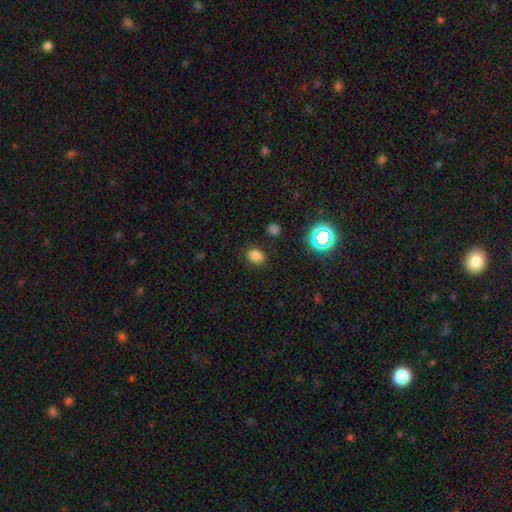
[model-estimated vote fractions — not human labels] A smooth galaxy with no disk features (78%) that is in between round and cigar-shaped (58%).

Vote fractions:
- Smooth or featured? smooth: 78% / star or artifact: 16% / featured or disk: 6%
- How rounded? in between: 58% / round: 41% / cigar-shaped: 1%
- Merging? none: 86% / minor disturbance: 10% / major disturbance: 3% / merger: 2%